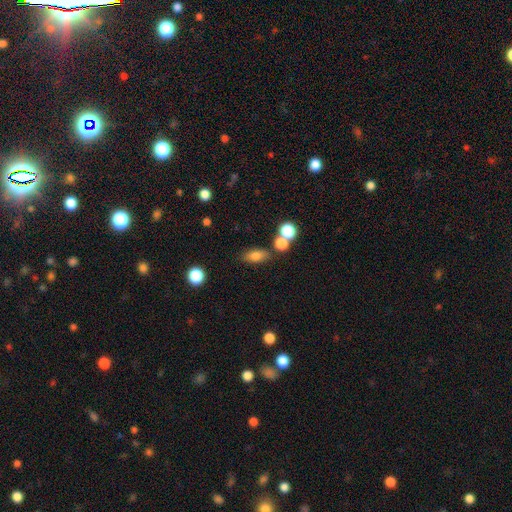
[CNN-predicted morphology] type=smooth (77%); roundness=in between (74%); merging=none (71%).